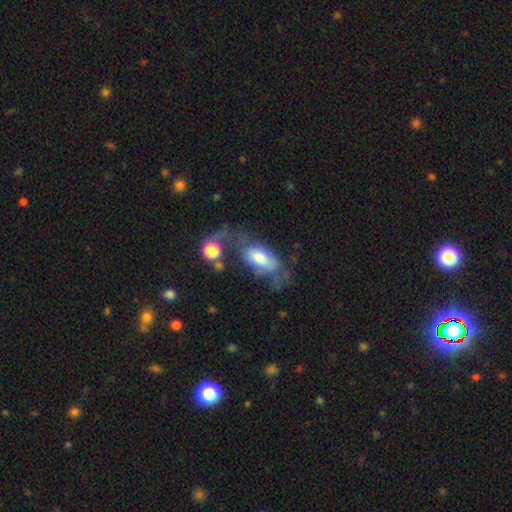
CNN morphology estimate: This appears to be a smooth galaxy with no disk features (48%). Merging: major disturbance (34%).